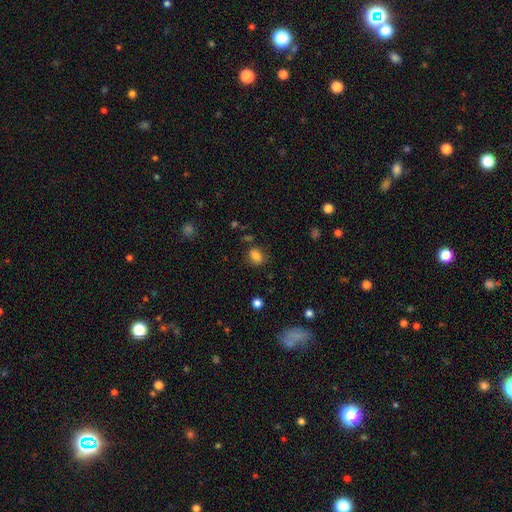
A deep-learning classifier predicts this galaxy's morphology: A smooth galaxy with no disk features (82%) that is in between round and cigar-shaped (70%).

Vote fractions:
- Smooth or featured? smooth: 82% / star or artifact: 11% / featured or disk: 7%
- How rounded? in between: 70% / round: 29% / cigar-shaped: 2%
- Merging? none: 74% / minor disturbance: 17% / major disturbance: 5% / merger: 4%